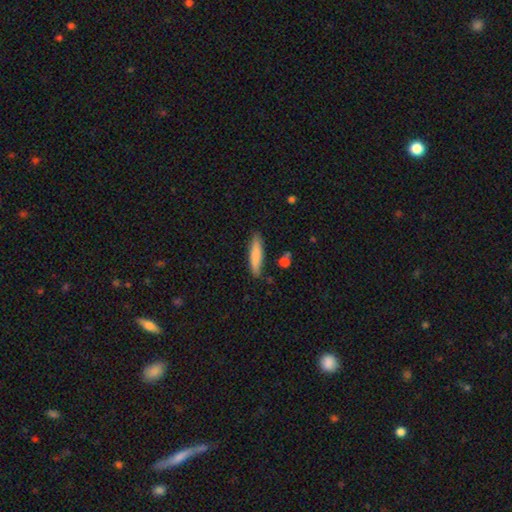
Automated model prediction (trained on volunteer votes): Smooth or featured? smooth (80%)
How rounded? cigar-shaped (83%)
Merging? none (85%)